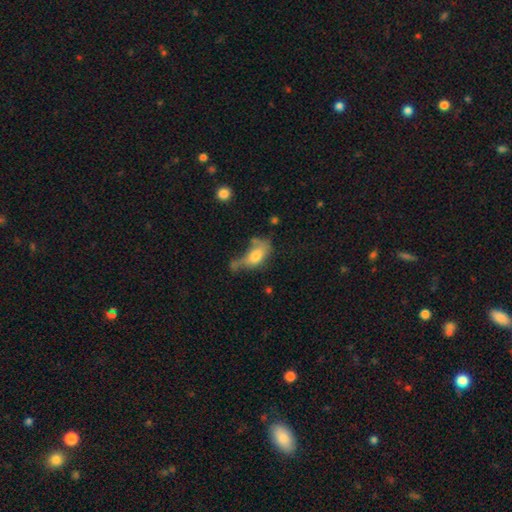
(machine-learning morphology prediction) The model was most divided on "merging": major disturbance: 28%, none: 25%, minor disturbance: 24%, merger: 24%. More confident: how rounded — in between (85%); smooth or featured — smooth (69%).